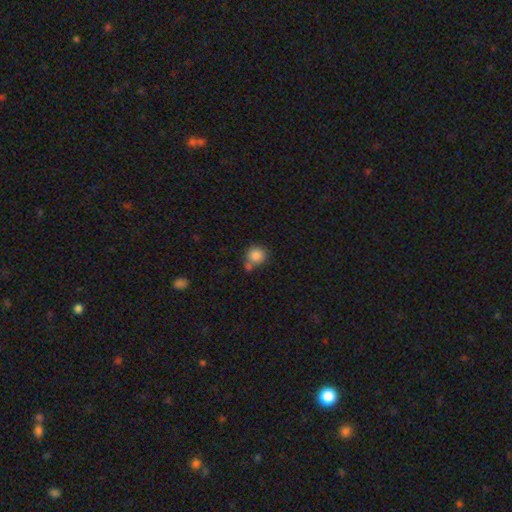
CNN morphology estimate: Smooth or featured?
  - smooth: 85% *
  - star or artifact: 9%
  - featured or disk: 6%
How rounded?
  - round: 89% *
  - in between: 10%
  - cigar-shaped: 1%
Merging?
  - none: 52% *
  - merger: 31%
  - minor disturbance: 12%
  - major disturbance: 5%